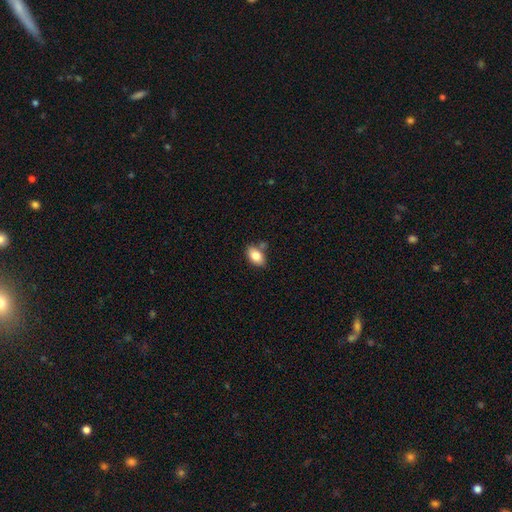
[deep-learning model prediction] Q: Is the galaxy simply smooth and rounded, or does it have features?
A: smooth — 82%.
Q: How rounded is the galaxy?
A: in between — 90%.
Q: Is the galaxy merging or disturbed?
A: none — 68%.